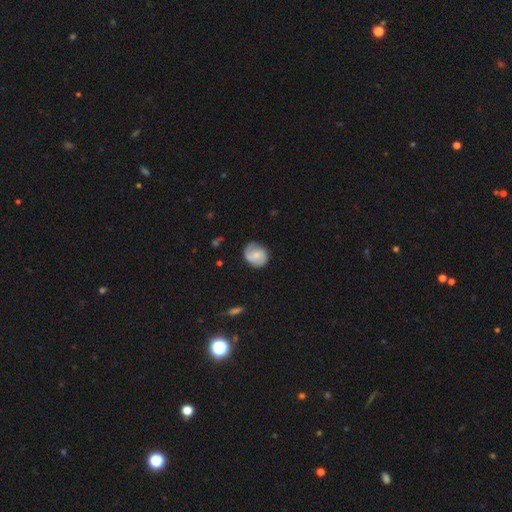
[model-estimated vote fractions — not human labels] Smooth or featured: smooth — 54% (featured or disk — 38%)
How rounded: round — 67% (in between — 32%)
Merging: none — 71% (minor disturbance — 22%)